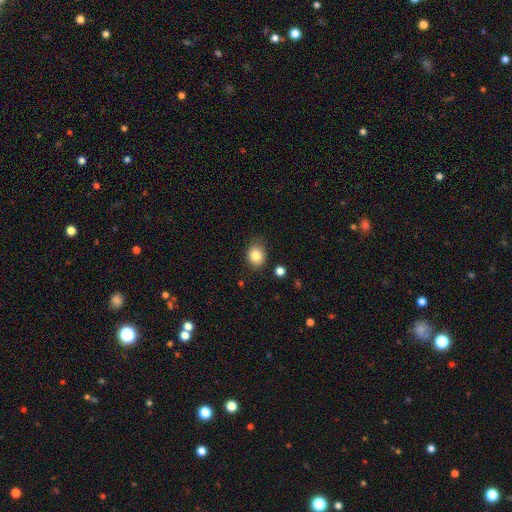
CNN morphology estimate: smooth-or-featured: smooth: 84% | star or artifact: 9% | featured or disk: 7%
  how-rounded: round: 58% | in between: 42% | cigar-shaped: 1%
  merging: none: 77% | minor disturbance: 16% | major disturbance: 4% | merger: 3%